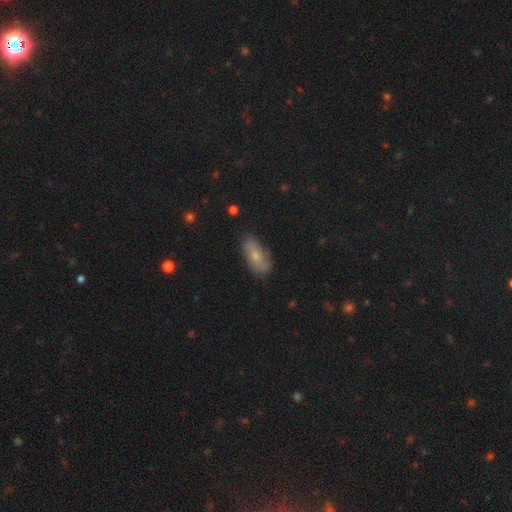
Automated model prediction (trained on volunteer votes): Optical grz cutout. It shows a smooth galaxy with no disk features (68%) that is in between round and cigar-shaped (87%). Merging: none (76%).